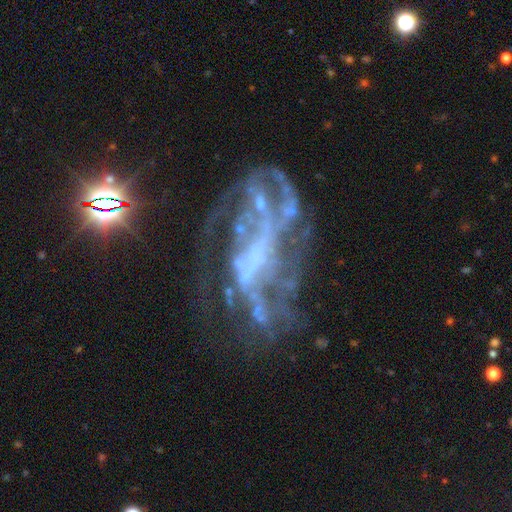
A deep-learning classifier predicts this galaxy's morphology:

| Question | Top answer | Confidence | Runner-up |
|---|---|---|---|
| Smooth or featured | featured or disk | 77% | star or artifact (16%) |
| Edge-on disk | no | 95% | yes (5%) |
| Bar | no | 49% | weak (29%) |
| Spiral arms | yes | 65% | no (35%) |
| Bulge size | none | 63% | small (20%) |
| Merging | none | 40% | major disturbance (36%) |